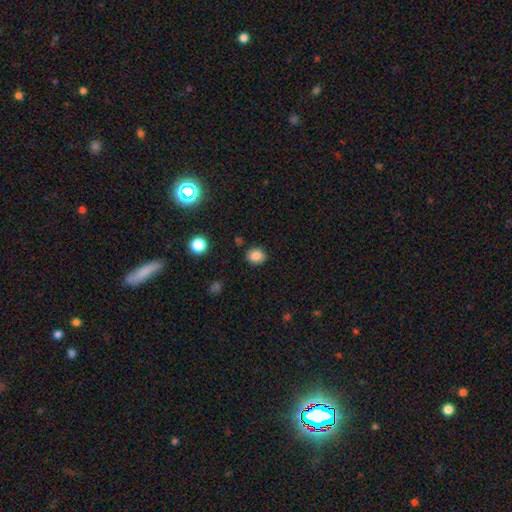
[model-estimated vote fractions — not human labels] This appears to be a smooth galaxy with no disk features (84%) that is round (71%). Merging: none (87%).